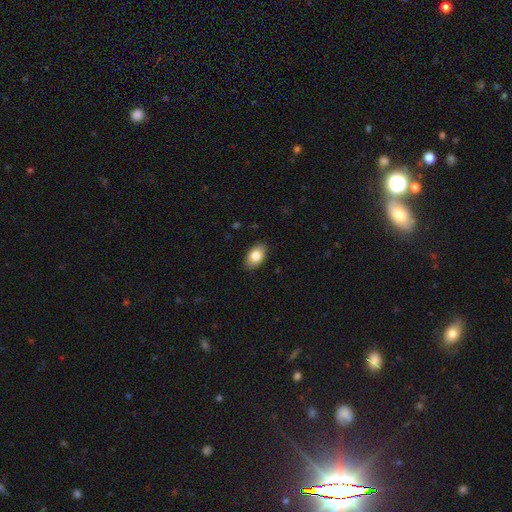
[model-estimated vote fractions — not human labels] Smooth or featured: smooth — 82% (featured or disk — 11%)
How rounded: in between — 91% (round — 8%)
Merging: none — 87% (minor disturbance — 10%)